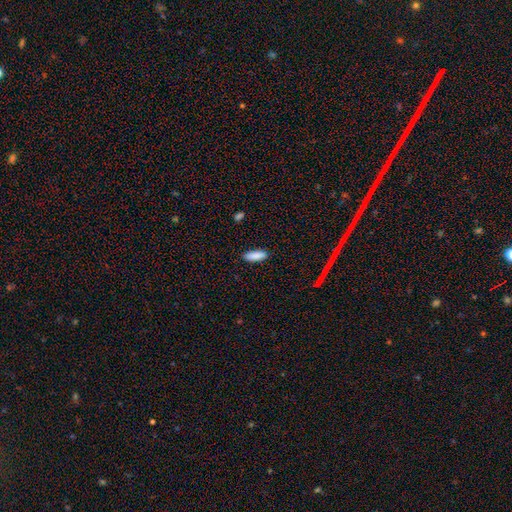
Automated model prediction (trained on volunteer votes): smooth 89%, star or artifact 7%, featured or disk 5%. Down the decision tree: how rounded — in between (66%); merging — none (88%).